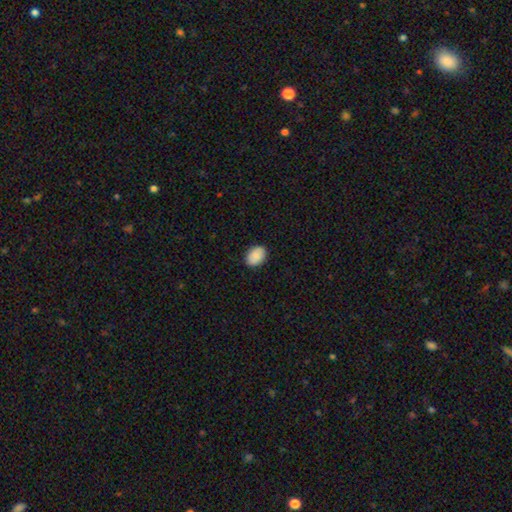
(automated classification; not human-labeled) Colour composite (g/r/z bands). It shows a smooth galaxy with no disk features (87%) that is in between round and cigar-shaped (74%). Merging: none (88%).